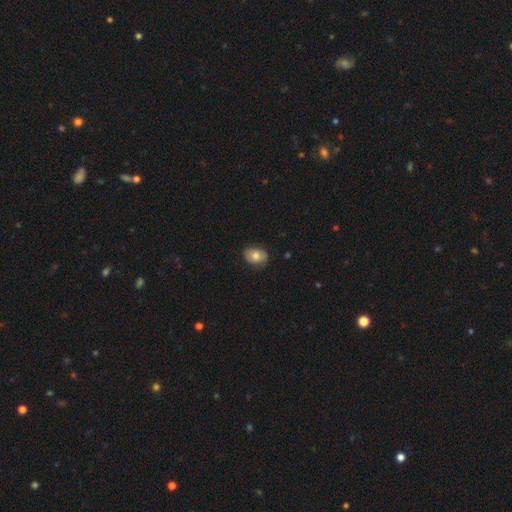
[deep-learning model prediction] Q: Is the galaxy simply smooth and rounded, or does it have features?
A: smooth — 73%.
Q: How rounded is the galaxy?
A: in between — 70%.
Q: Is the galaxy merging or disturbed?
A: none — 82%.